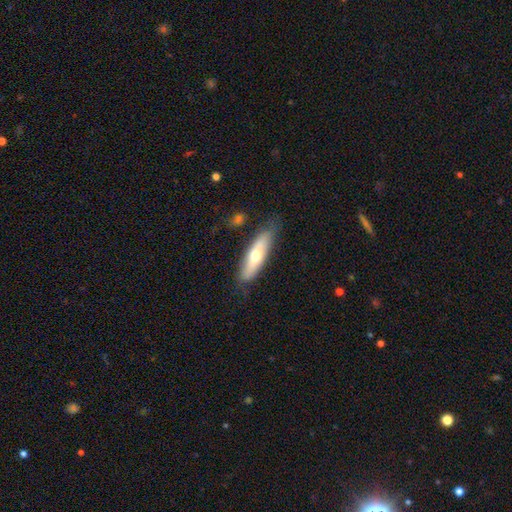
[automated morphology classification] smooth_or_featured: smooth (p=0.57) [alt: featured or disk p=0.37]
how_rounded: cigar-shaped (p=0.59) [alt: in between p=0.39]
merging: none (p=0.80) [alt: minor disturbance p=0.15]